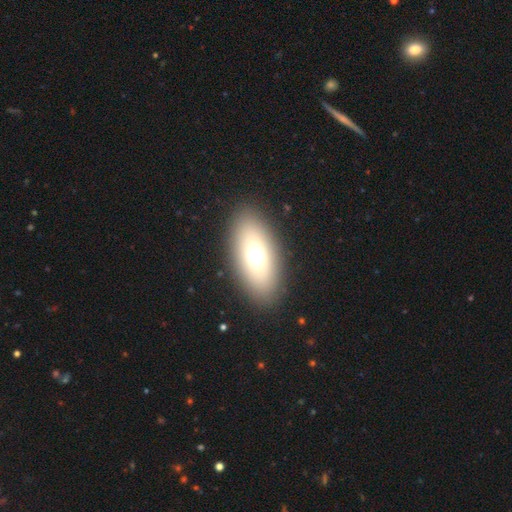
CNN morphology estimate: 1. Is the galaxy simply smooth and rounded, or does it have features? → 66% smooth, 22% featured or disk, 12% star or artifact.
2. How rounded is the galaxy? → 85% in between, 9% round, 6% cigar-shaped.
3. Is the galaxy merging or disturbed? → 87% none, 7% minor disturbance, 4% major disturbance, 1% merger.